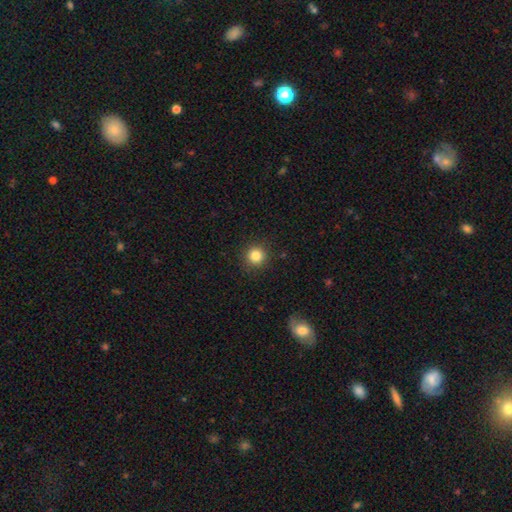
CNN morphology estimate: Smooth or featured? Predicted: smooth (p=0.83). How rounded? Predicted: round (p=0.94). Merging? Predicted: none (p=0.91).